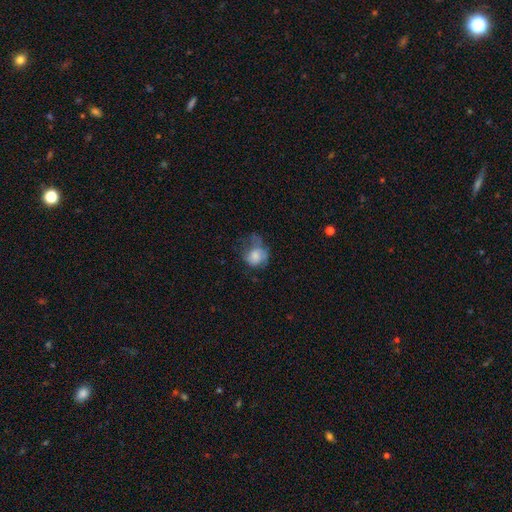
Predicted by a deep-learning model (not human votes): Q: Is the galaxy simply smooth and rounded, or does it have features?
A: smooth — 64%.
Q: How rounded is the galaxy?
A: round — 57%.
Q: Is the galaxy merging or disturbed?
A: major disturbance — 41%.